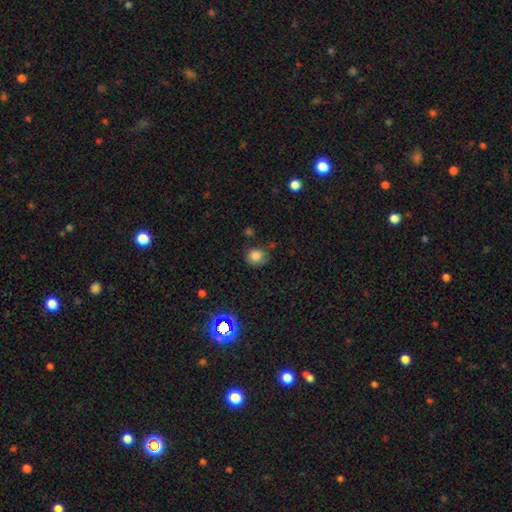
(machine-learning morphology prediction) smooth-or-featured: smooth: 81% | star or artifact: 13% | featured or disk: 6%
  how-rounded: round: 77% | in between: 22% | cigar-shaped: 1%
  merging: none: 71% | minor disturbance: 20% | major disturbance: 5% | merger: 4%